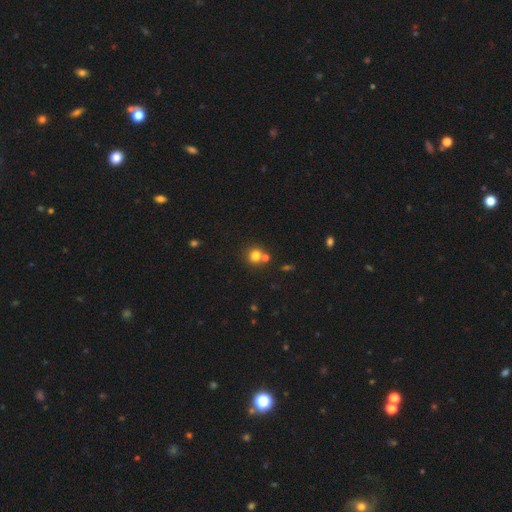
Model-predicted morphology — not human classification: smooth 78%, star or artifact 14%, featured or disk 8%. Down the decision tree: how rounded — round (85%); merging — none (61%).